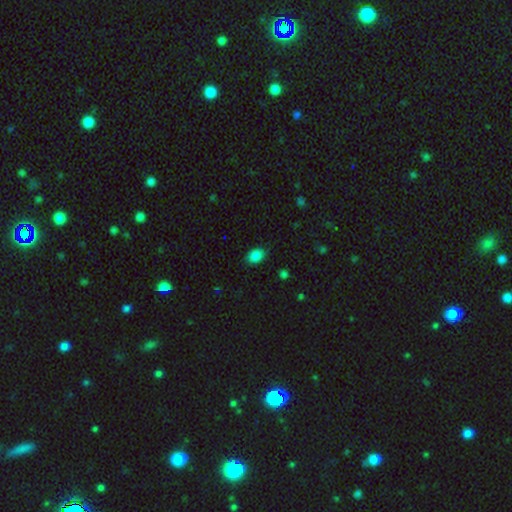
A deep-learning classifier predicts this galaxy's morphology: type=smooth (87%); roundness=in between (76%); merging=none (82%).